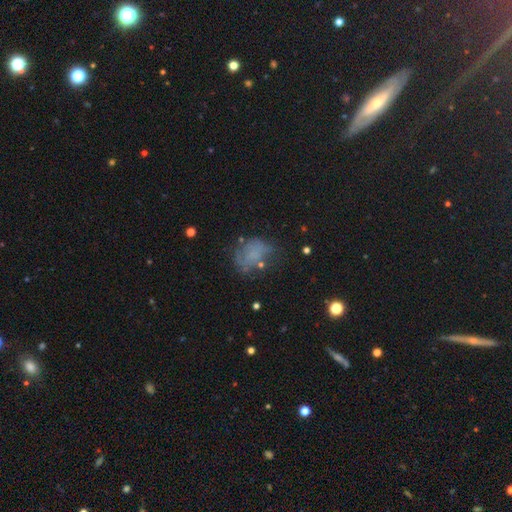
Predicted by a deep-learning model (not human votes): Morphology: type=smooth (47%); merging=none (46%).